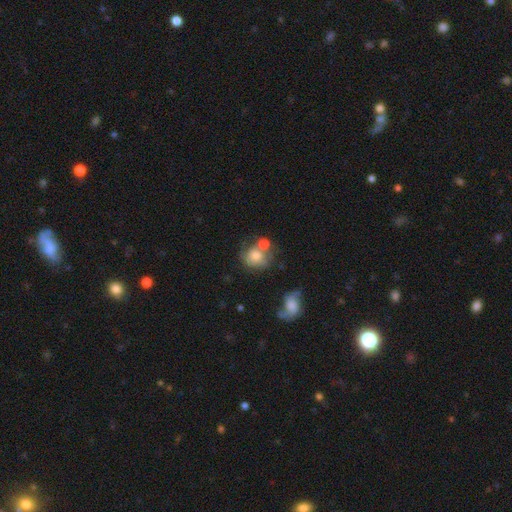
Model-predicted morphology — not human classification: Smooth or featured? smooth (65%)
How rounded? round (70%)
Merging? none (35%)